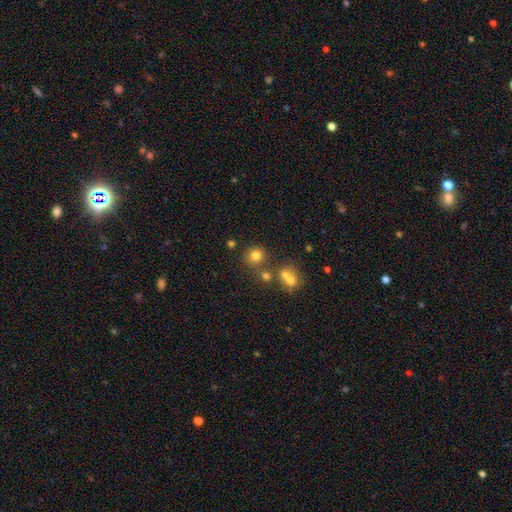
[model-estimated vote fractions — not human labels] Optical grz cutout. It shows a smooth galaxy with no disk features (76%) that is round (87%). Merging: none (74%).